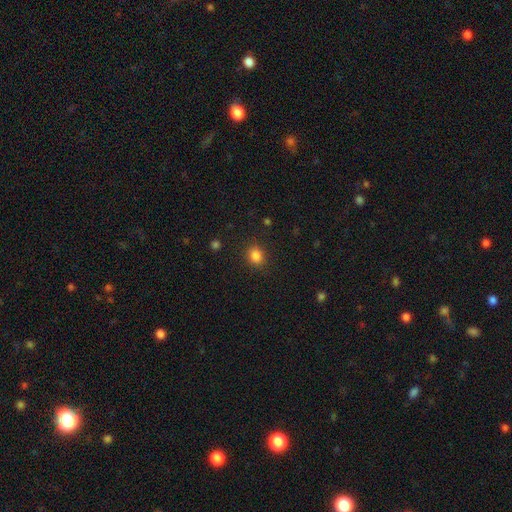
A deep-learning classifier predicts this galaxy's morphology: Q: Smooth or featured?
A: smooth (85%); runner-up: star or artifact (11%)
Q: How rounded?
A: round (60%); runner-up: in between (39%)
Q: Merging?
A: none (87%); runner-up: minor disturbance (9%)